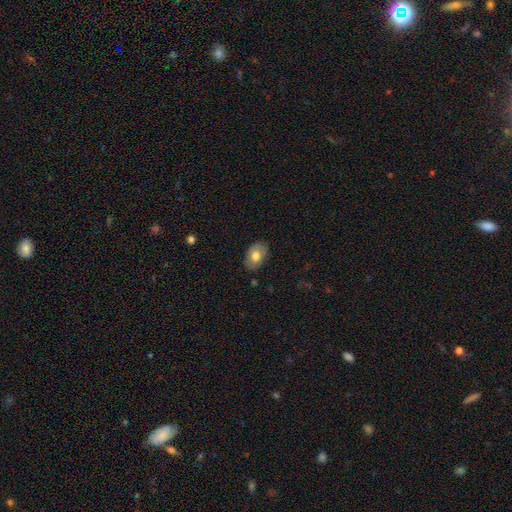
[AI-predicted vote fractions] smooth_or_featured: smooth (p=0.71) [alt: featured or disk p=0.22]
how_rounded: in between (p=0.88) [alt: round p=0.11]
merging: none (p=0.84) [alt: minor disturbance p=0.12]